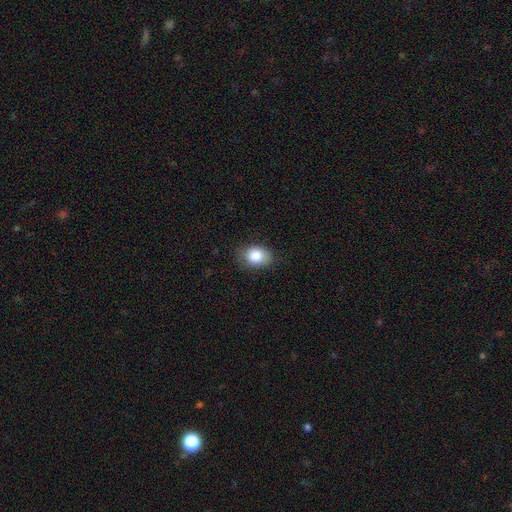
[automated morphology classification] Overall: smooth (84%). How rounded: in between (72%). Merging: none (79%).